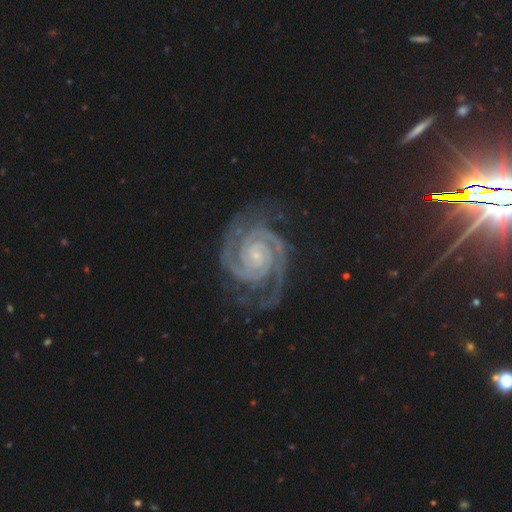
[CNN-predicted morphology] smooth_or_featured: featured or disk (p=0.90) [alt: star or artifact p=0.07]
disk_edge_on: no (p=0.98) [alt: yes p=0.02]
bar: no (p=0.68) [alt: weak p=0.21]
has_spiral_arms: yes (p=0.99) [alt: no p=0.01]
spiral_winding: tight (p=0.74) [alt: medium p=0.23]
spiral_arm_count: 2 (p=0.80) [alt: 3 p=0.08]
bulge_size: small (p=0.78) [alt: moderate p=0.16]
merging: none (p=0.78) [alt: minor disturbance p=0.15]